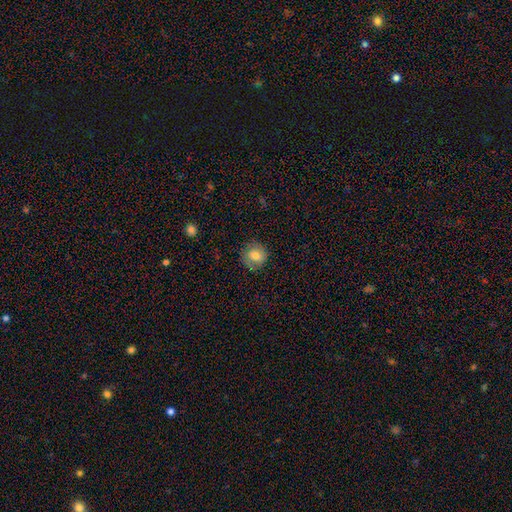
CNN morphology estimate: Overall: smooth (73%). How rounded: round (86%). Merging: none (81%).